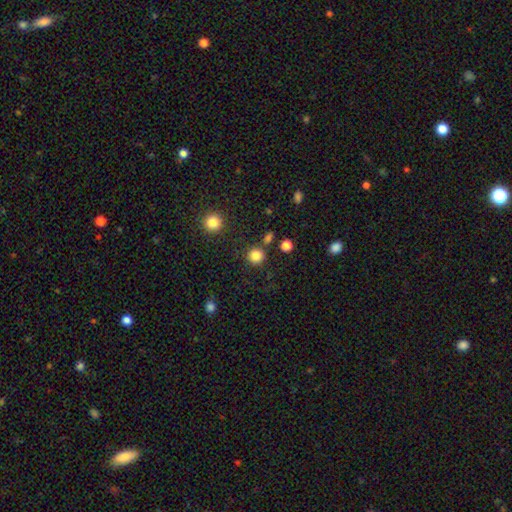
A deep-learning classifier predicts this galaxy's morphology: smooth_or_featured: smooth (p=0.84) [alt: star or artifact p=0.12]
how_rounded: round (p=0.92) [alt: in between p=0.07]
merging: none (p=0.82) [alt: minor disturbance p=0.08]